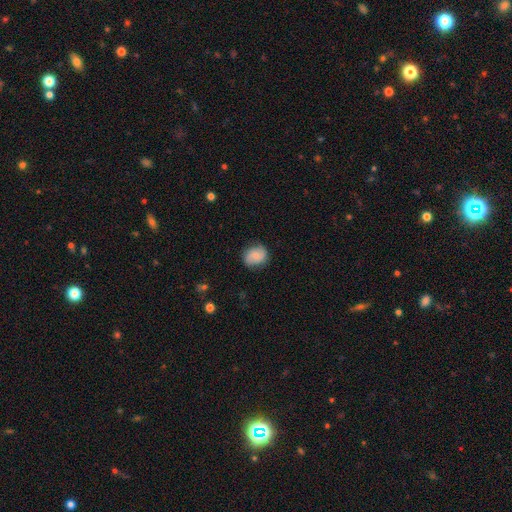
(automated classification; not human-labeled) A smooth galaxy with no disk features (64%) that is round (57%). Merging: none (77%).